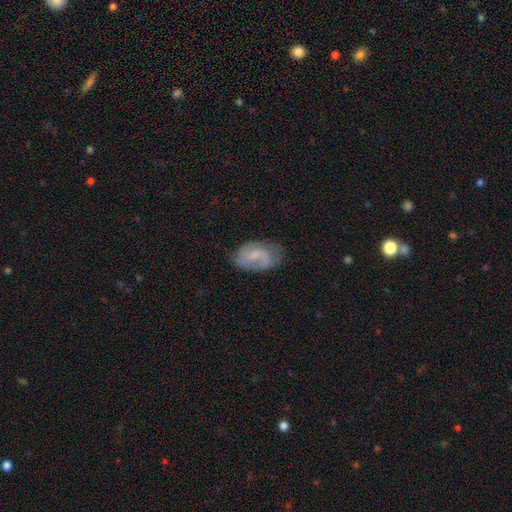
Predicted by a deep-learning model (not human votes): Overall: featured or disk (67%). Edge-on disk: no (97%). Bar: weak (51%; no 37%). Spiral arms: yes (88%). Spiral arm count: 2 (72%). Spiral winding: medium (46%; loose 32%). Bulge size: small (47%; moderate 28%). Merging: none (63%; minor disturbance 24%).